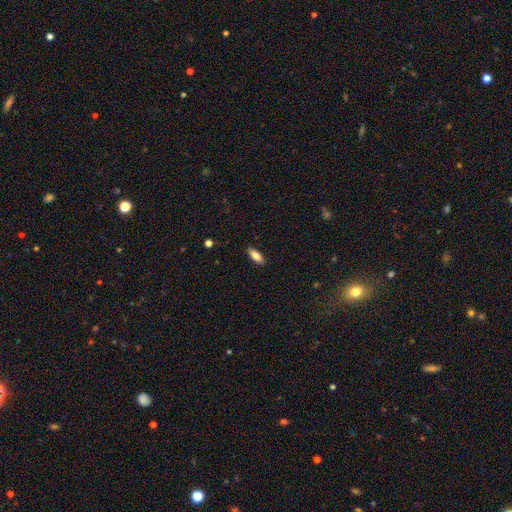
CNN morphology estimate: Smooth or featured? Predicted: smooth (p=0.79). How rounded? Predicted: in between (p=0.73). Merging? Predicted: none (p=0.88).